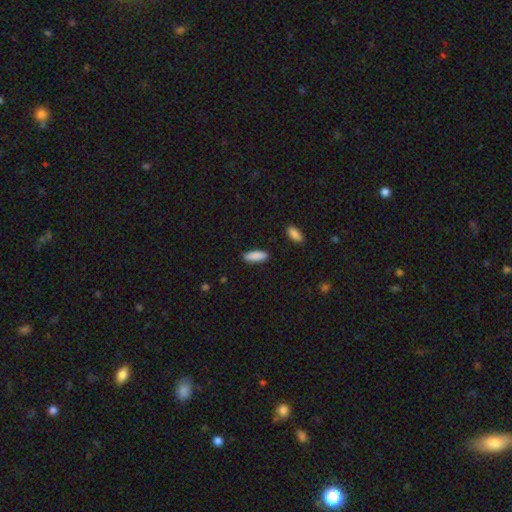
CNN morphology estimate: Overall: smooth (89%). How rounded: in between (59%; cigar-shaped 39%). Merging: none (88%).